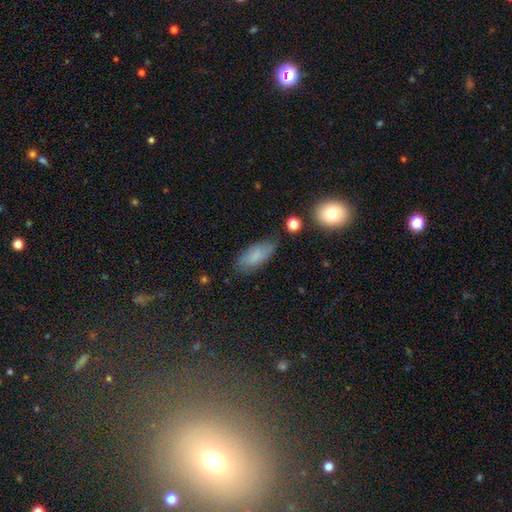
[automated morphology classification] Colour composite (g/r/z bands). It shows a smooth galaxy with no disk features (78%) that is in between round and cigar-shaped (82%). Merging: none (74%).